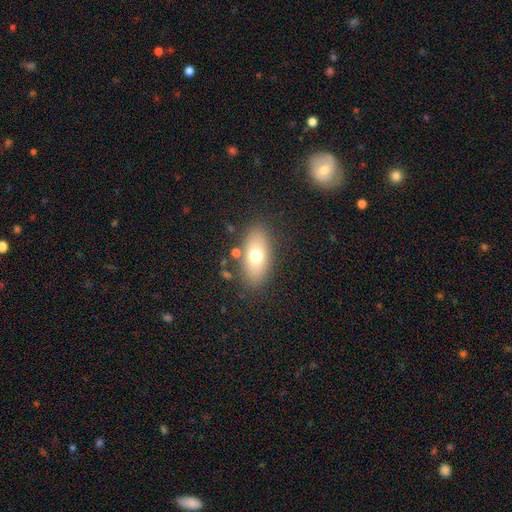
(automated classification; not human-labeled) The model was most divided on "smooth or featured": smooth: 69%, featured or disk: 22%, star or artifact: 10%. More confident: how rounded — in between (84%); merging — none (81%).